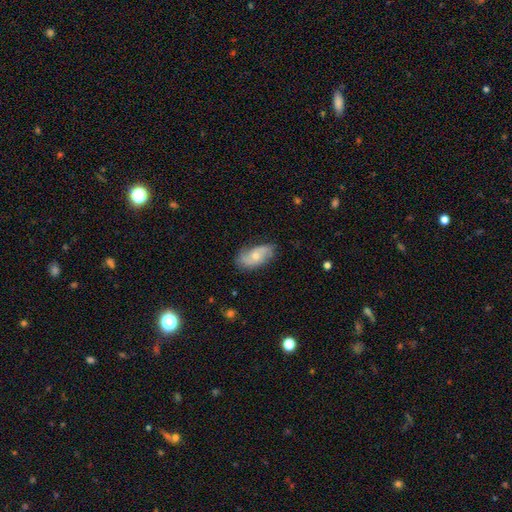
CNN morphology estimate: Smooth or featured? Predicted: featured or disk (p=0.51). Edge-on disk? Predicted: no (p=0.92). Merging? Predicted: none (p=0.69).